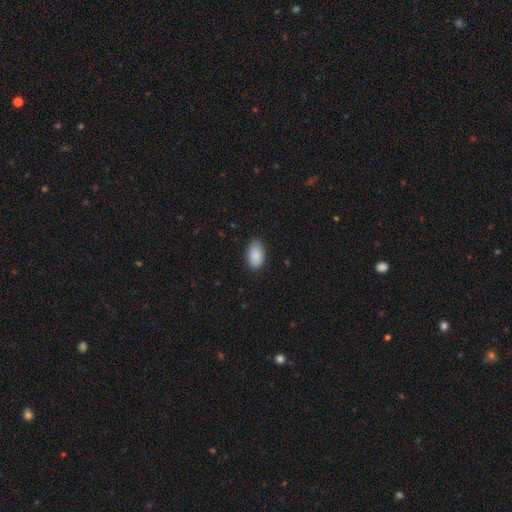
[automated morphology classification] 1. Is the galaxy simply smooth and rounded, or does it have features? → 87% smooth, 6% star or artifact, 6% featured or disk.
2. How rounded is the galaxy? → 92% in between, 6% round, 1% cigar-shaped.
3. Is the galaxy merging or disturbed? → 81% none, 15% minor disturbance, 2% major disturbance, 1% merger.